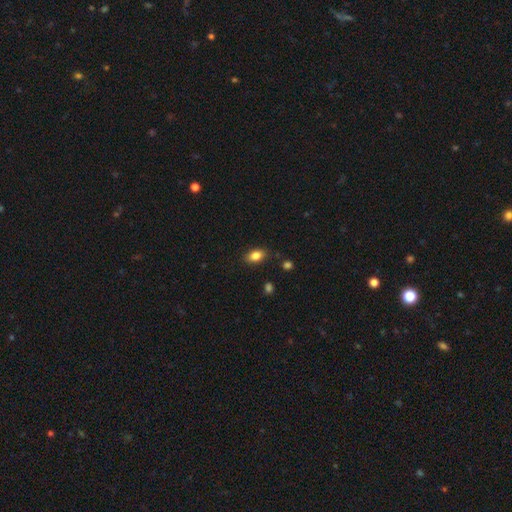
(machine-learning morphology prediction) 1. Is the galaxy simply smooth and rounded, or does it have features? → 84% smooth, 9% star or artifact, 7% featured or disk.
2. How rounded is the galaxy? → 85% in between, 13% round, 2% cigar-shaped.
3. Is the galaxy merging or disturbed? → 85% none, 11% minor disturbance, 3% major disturbance, 2% merger.